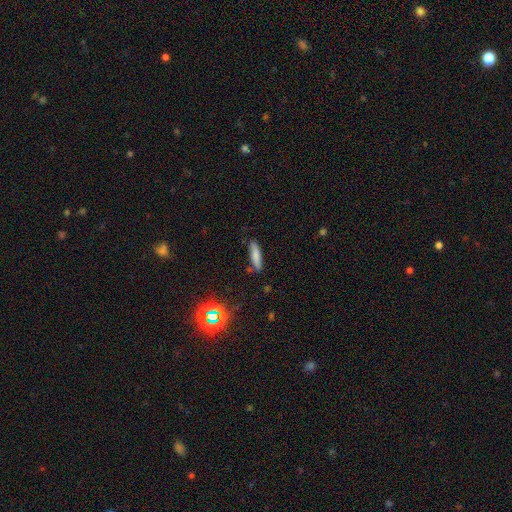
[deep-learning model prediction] Morphology: type=smooth (78%); roundness=cigar-shaped (74%); merging=none (83%).